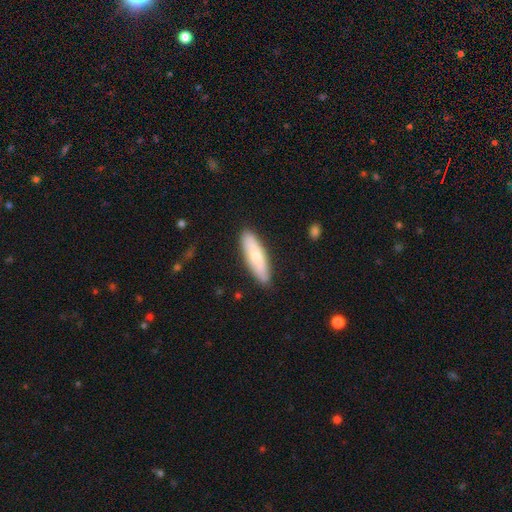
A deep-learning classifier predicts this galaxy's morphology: This is likely a smooth galaxy (70%). How rounded: possibly cigar-shaped (60%). Merging: clearly none (87%).